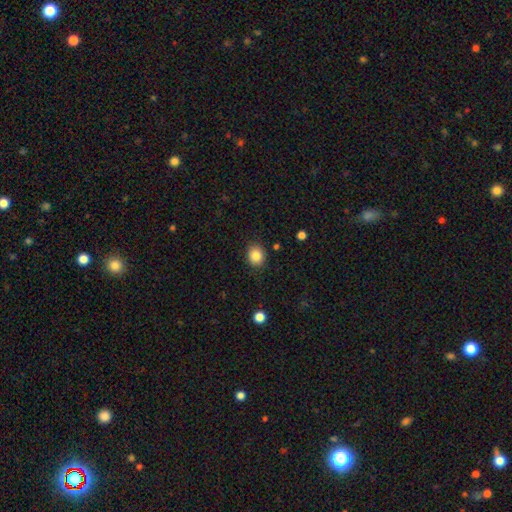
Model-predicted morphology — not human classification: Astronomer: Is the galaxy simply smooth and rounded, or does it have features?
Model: smooth — 84%.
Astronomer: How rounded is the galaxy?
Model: round — 66%.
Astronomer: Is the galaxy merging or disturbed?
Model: none — 88%.